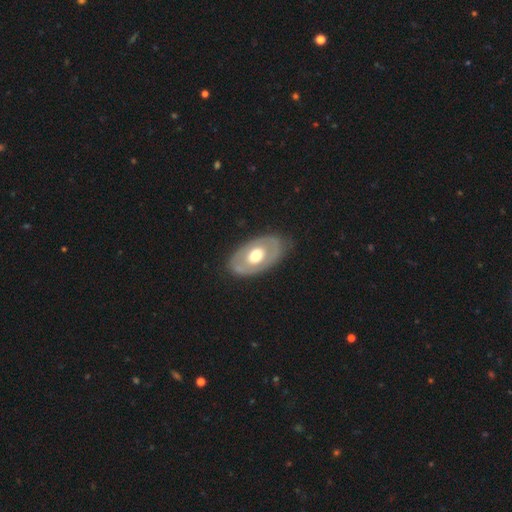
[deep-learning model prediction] Morphology: type=featured or disk (52%); edge-on=no (90%); merging=none (81%).